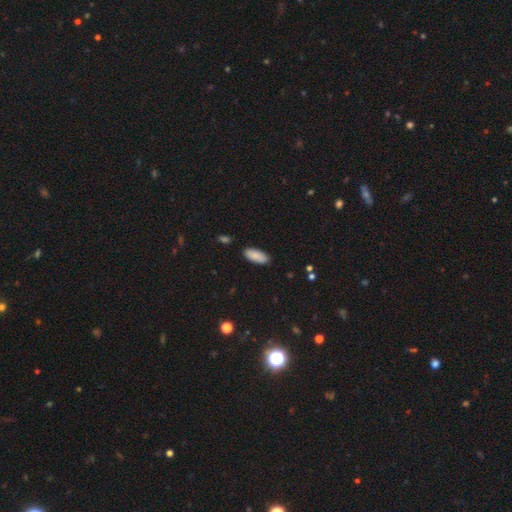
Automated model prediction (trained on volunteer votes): A smooth galaxy with no disk features (88%) that is in between round and cigar-shaped (85%).

Vote fractions:
- Smooth or featured? smooth: 88% / star or artifact: 6% / featured or disk: 6%
- How rounded? in between: 85% / cigar-shaped: 13% / round: 2%
- Merging? none: 89% / minor disturbance: 8% / major disturbance: 2% / merger: 1%